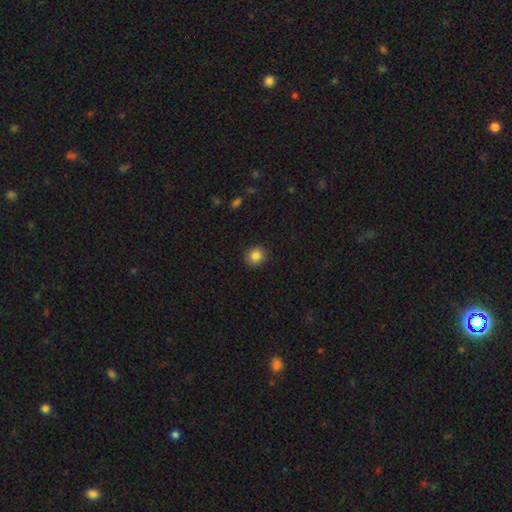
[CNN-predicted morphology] Smooth or featured: smooth — 85% (star or artifact — 10%)
How rounded: round — 83% (in between — 16%)
Merging: none — 91% (minor disturbance — 6%)